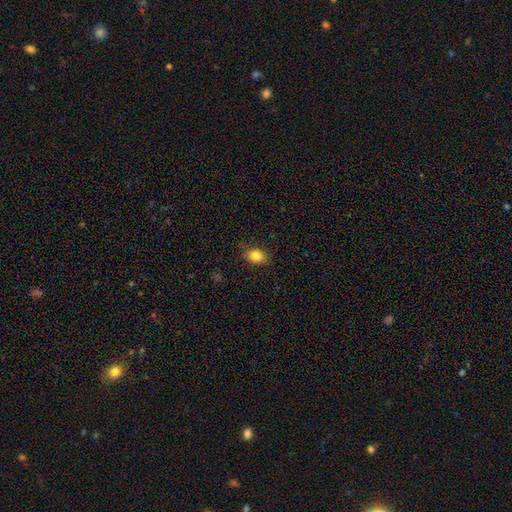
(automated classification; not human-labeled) smooth_or_featured: smooth (p=0.84) [alt: star or artifact p=0.10]
how_rounded: in between (p=0.70) [alt: round p=0.29]
merging: none (p=0.84) [alt: minor disturbance p=0.13]